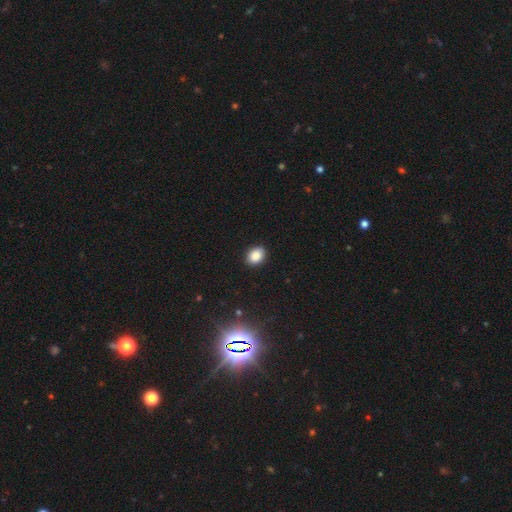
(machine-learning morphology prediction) Overall: smooth (87%). How rounded: in between (64%; round 35%). Merging: none (89%).